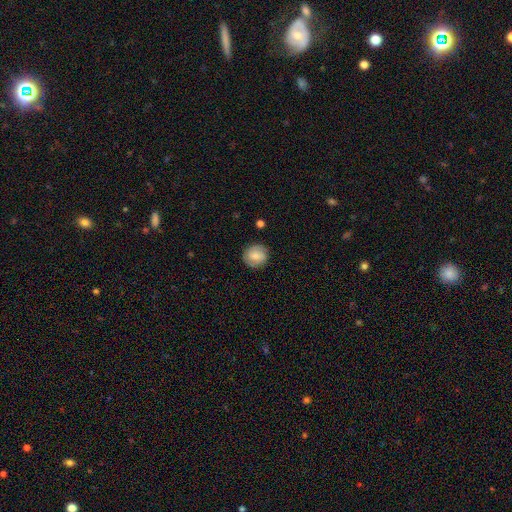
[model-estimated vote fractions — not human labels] This appears to be a smooth galaxy with no disk features (68%) that is round (88%). Merging: none (85%).